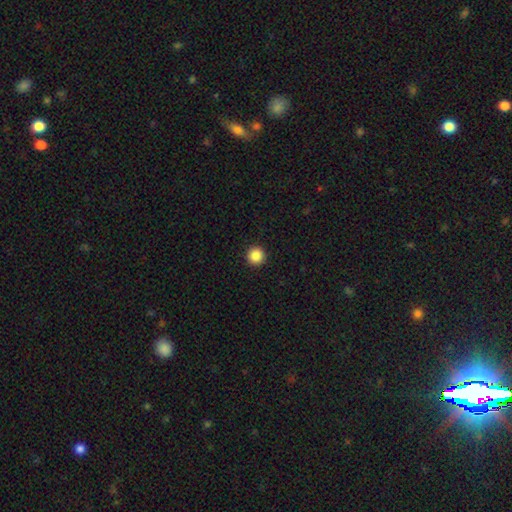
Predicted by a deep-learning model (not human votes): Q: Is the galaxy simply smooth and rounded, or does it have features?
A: smooth — 87%.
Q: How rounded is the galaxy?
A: round — 96%.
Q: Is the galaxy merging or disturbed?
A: none — 93%.